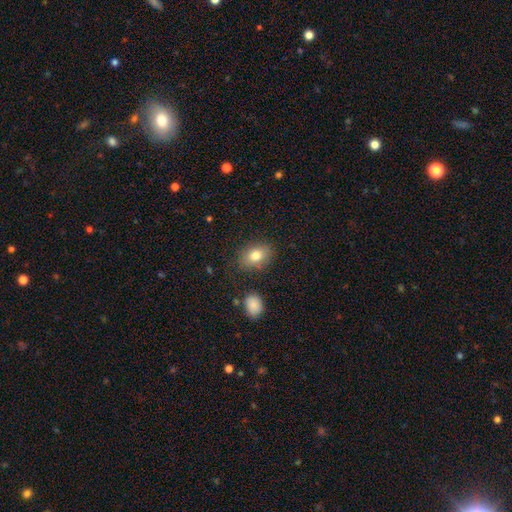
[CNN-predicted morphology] This appears to be a smooth galaxy with no disk features (79%) that is in between round and cigar-shaped (74%). Merging: none (81%).